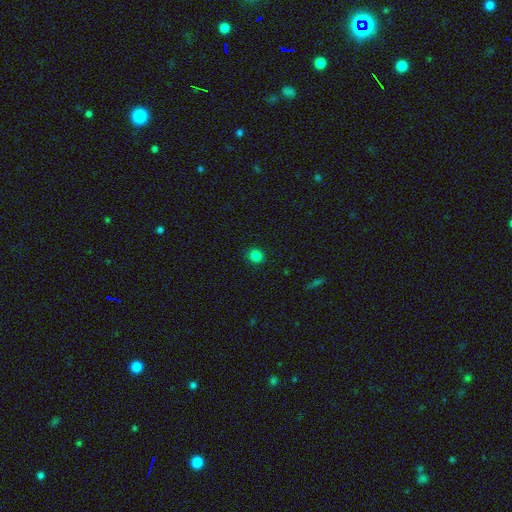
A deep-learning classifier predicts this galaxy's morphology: smooth_or_featured: smooth (p=0.83) [alt: star or artifact p=0.13]
how_rounded: round (p=0.87) [alt: in between p=0.12]
merging: none (p=0.91) [alt: minor disturbance p=0.06]